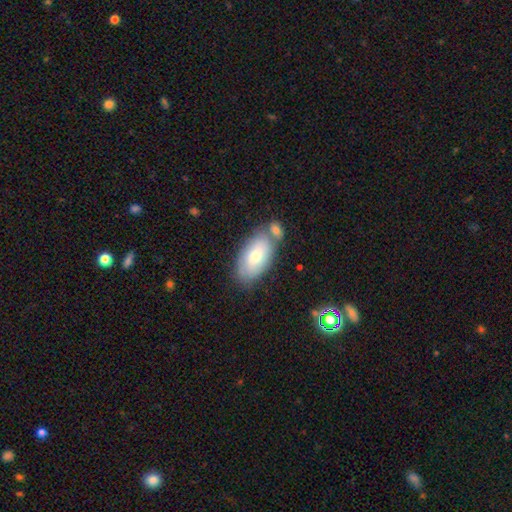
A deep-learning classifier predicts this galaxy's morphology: Smooth or featured? Predicted: smooth (p=0.69). How rounded? Predicted: in between (p=0.93). Merging? Predicted: none (p=0.59).